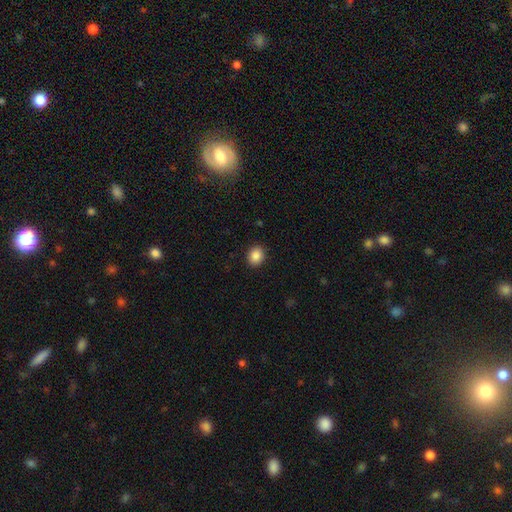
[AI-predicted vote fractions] A smooth galaxy with no disk features (87%) that is round (60%).

Vote fractions:
- Smooth or featured? smooth: 87% / star or artifact: 9% / featured or disk: 4%
- How rounded? round: 60% / in between: 39% / cigar-shaped: 1%
- Merging? none: 91% / minor disturbance: 6% / major disturbance: 2% / merger: 1%